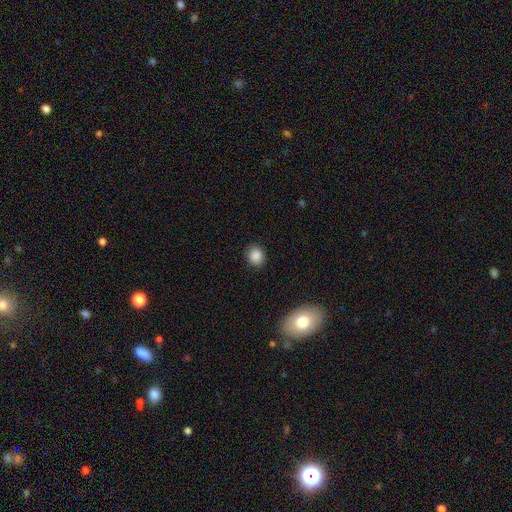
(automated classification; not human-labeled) This appears to be a smooth galaxy with no disk features (87%) that is round (78%). Merging: none (89%).